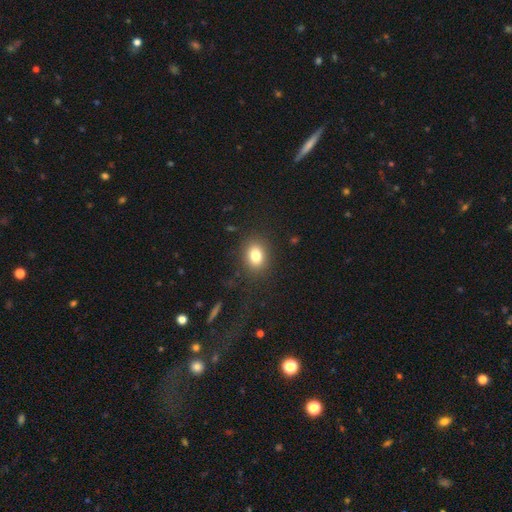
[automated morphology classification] A smooth galaxy with no disk features (81%) that is in between round and cigar-shaped (61%). Merging: none (85%).